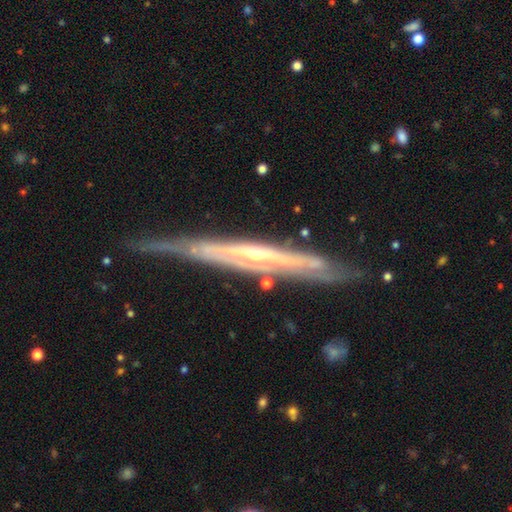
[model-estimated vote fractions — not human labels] This is clearly a featured or disk galaxy (83%). It is clearly viewed edge-on (90%). Edge-on bulge: possibly rounded (51%). Merging: likely none (73%).